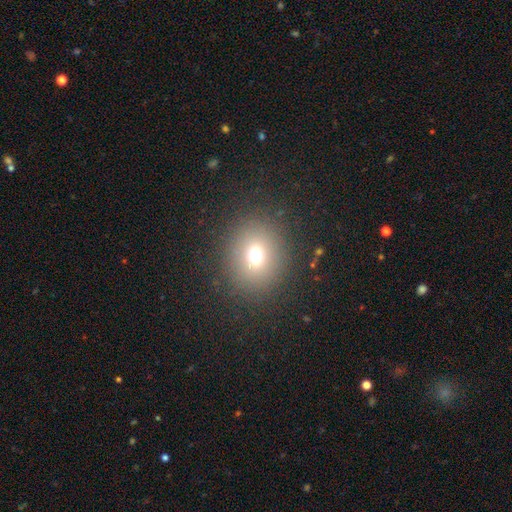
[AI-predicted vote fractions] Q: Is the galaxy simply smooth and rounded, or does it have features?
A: smooth — 67%.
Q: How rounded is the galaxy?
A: round — 77%.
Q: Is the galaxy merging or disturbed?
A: none — 84%.